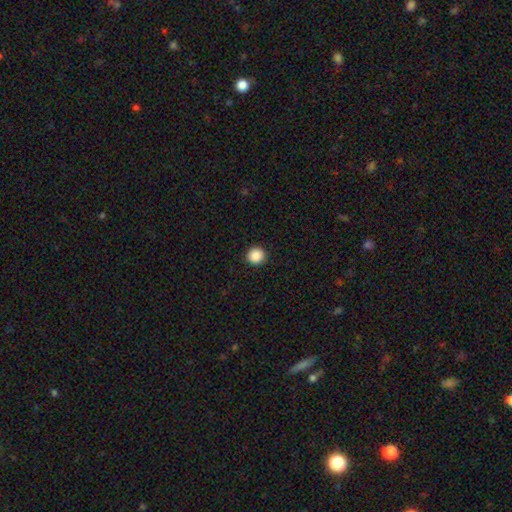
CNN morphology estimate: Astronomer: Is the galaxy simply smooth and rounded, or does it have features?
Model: smooth — 89%.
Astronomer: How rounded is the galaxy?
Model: round — 94%.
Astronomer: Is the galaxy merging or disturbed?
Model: none — 93%.